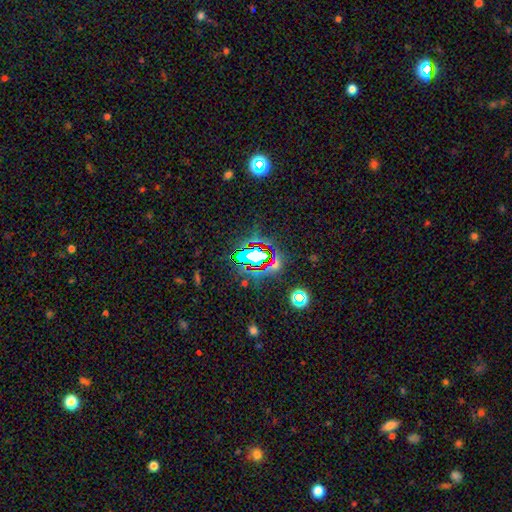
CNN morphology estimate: Smooth or featured: star or artifact — 66% (smooth — 21%)